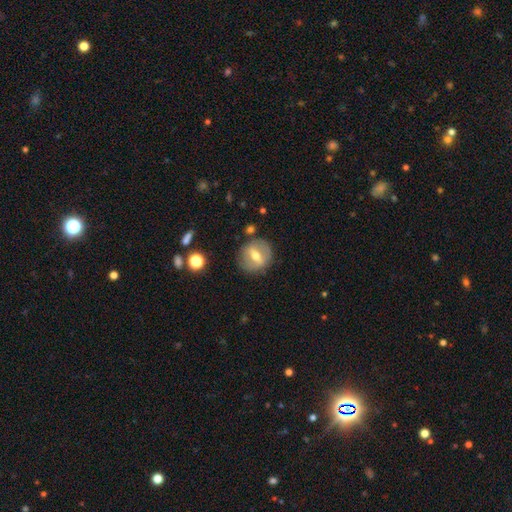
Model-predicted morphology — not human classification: Q: Smooth or featured?
A: featured or disk (54%); runner-up: smooth (38%)
Q: Edge-on disk?
A: no (82%); runner-up: yes (18%)
Q: Merging?
A: none (82%); runner-up: minor disturbance (11%)